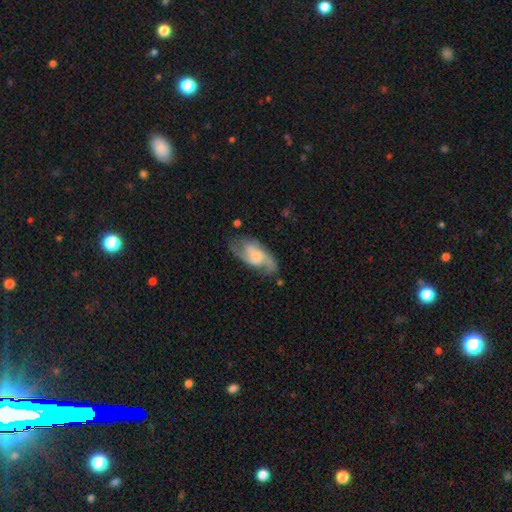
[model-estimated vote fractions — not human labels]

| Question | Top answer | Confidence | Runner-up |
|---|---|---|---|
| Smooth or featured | featured or disk | 73% | smooth (21%) |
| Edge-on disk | no | 95% | yes (5%) |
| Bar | no | 62% | weak (32%) |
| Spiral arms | yes | 92% | no (8%) |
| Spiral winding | medium | 48% | loose (31%) |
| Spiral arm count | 2 | 64% | can't tell (13%) |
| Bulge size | small | 46% | moderate (27%) |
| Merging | none | 61% | minor disturbance (22%) |